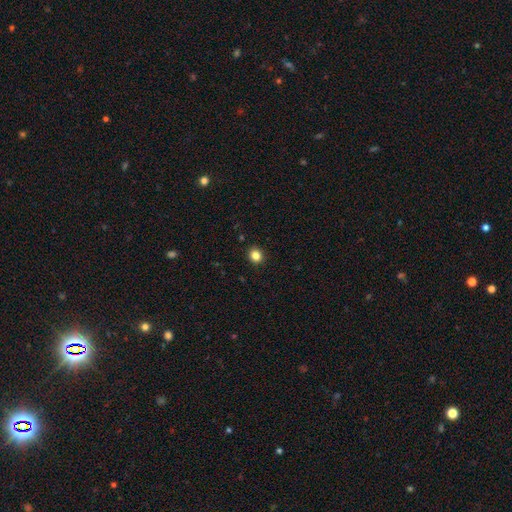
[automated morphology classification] type=smooth (84%); roundness=round (79%); merging=none (92%).